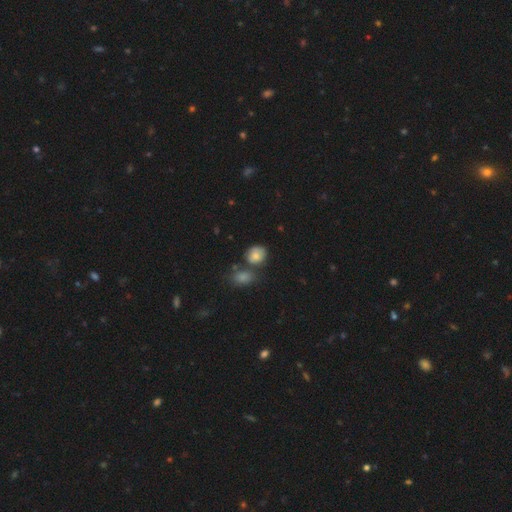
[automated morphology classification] Q: Smooth or featured?
A: smooth (76%); runner-up: featured or disk (14%)
Q: How rounded?
A: round (61%); runner-up: in between (38%)
Q: Merging?
A: none (50%); runner-up: merger (26%)